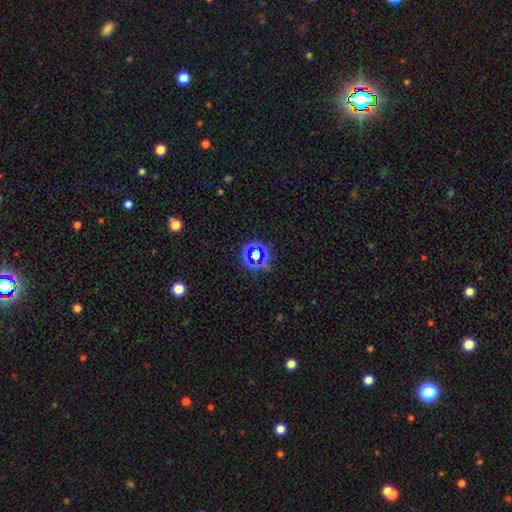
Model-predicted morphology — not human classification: star or artifact 60%, smooth 30%, featured or disk 11%.